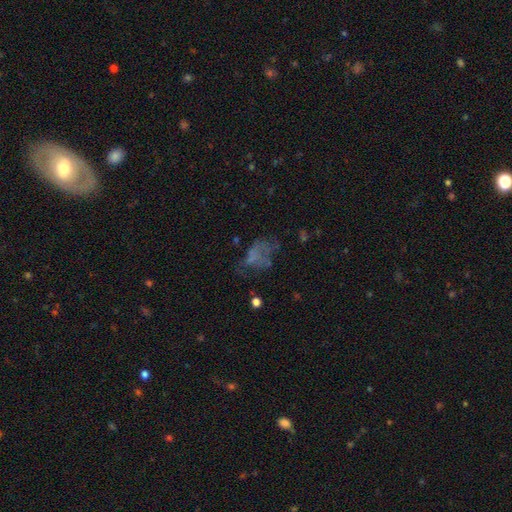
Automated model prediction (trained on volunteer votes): Morphology: type=featured or disk (40%); merging=major disturbance (41%).